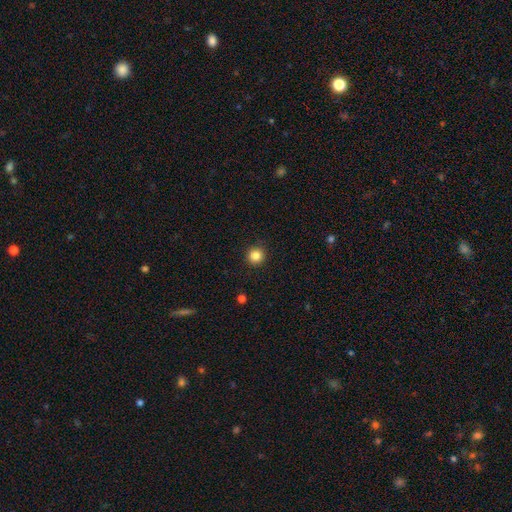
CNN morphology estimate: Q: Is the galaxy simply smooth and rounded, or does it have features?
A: smooth — 85%.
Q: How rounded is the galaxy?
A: round — 95%.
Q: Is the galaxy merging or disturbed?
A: none — 92%.